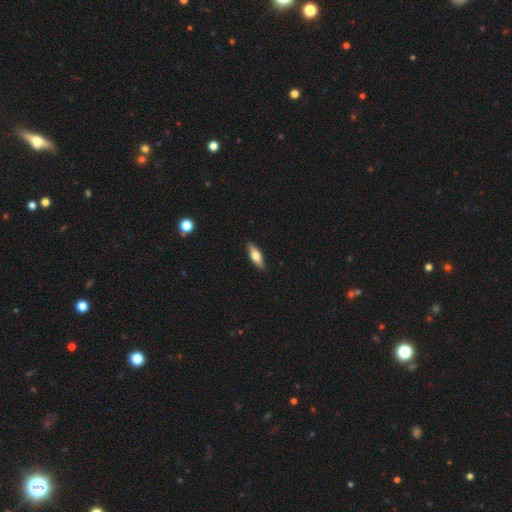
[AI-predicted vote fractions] A smooth galaxy with no disk features (63%) that is in between round and cigar-shaped (58%). Merging: none (89%).